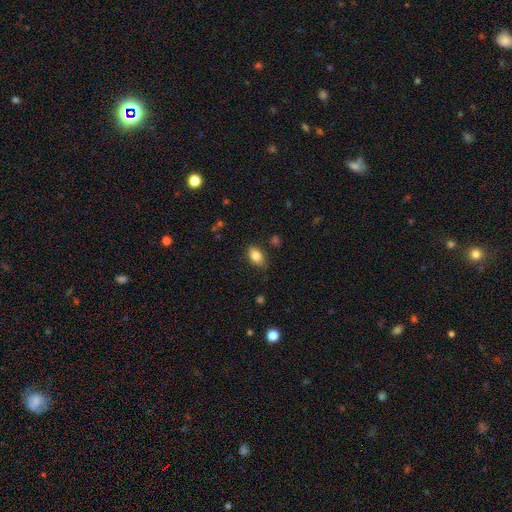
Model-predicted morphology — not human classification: Smooth or featured: smooth — 83% (featured or disk — 9%)
How rounded: in between — 87% (round — 10%)
Merging: none — 79% (minor disturbance — 16%)